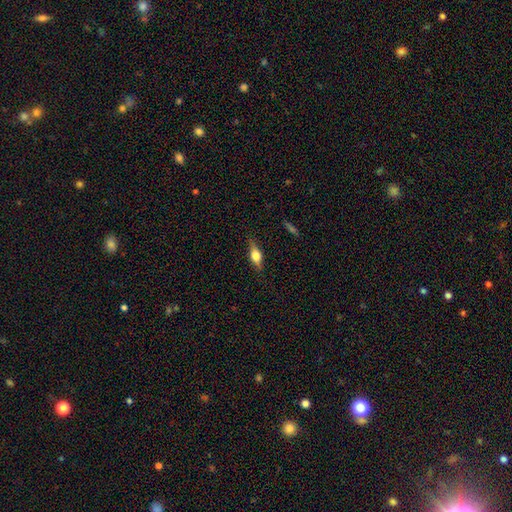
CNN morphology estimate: This is possibly a featured or disk galaxy (49%). Merging: clearly none (83%).